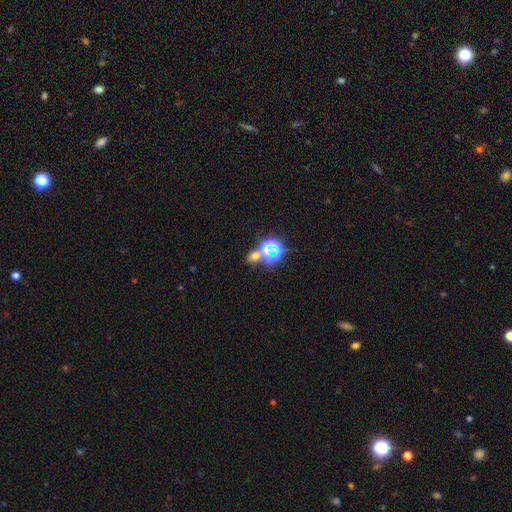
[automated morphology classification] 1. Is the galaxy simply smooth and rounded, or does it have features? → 47% smooth, 45% star or artifact, 8% featured or disk.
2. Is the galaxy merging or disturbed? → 64% none, 23% merger, 9% minor disturbance, 4% major disturbance.